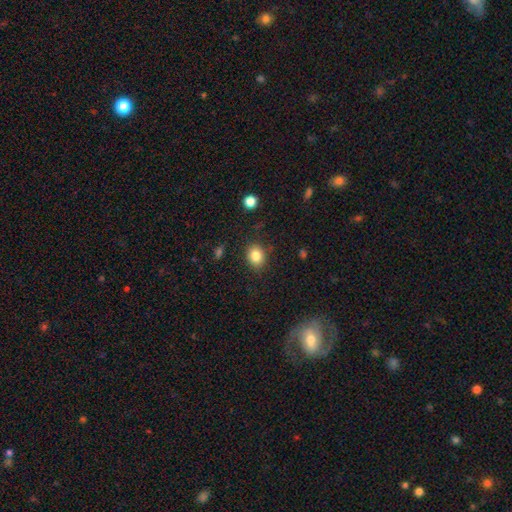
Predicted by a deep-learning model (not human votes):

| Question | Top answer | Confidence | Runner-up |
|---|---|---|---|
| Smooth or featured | smooth | 84% | star or artifact (10%) |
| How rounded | round | 60% | in between (39%) |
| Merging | none | 85% | minor disturbance (10%) |